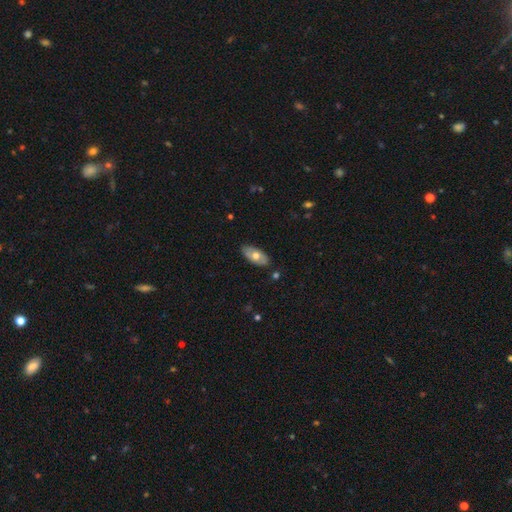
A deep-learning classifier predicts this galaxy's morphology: The model was most divided on "smooth or featured": smooth: 59%, featured or disk: 35%, star or artifact: 6%. More confident: how rounded — in between (91%); merging — none (84%).